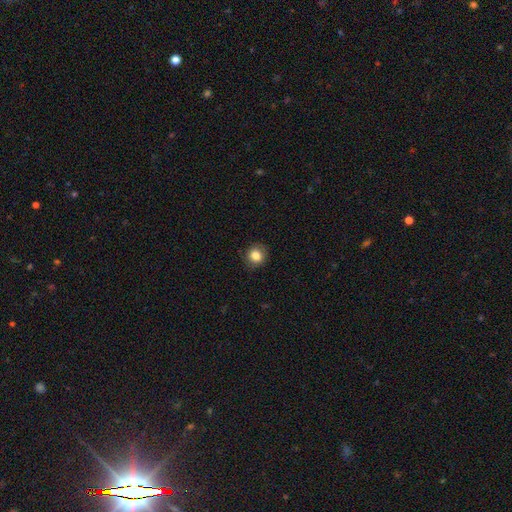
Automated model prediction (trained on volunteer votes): Q: Smooth or featured?
A: smooth (83%); runner-up: star or artifact (10%)
Q: How rounded?
A: round (84%); runner-up: in between (15%)
Q: Merging?
A: none (87%); runner-up: minor disturbance (10%)